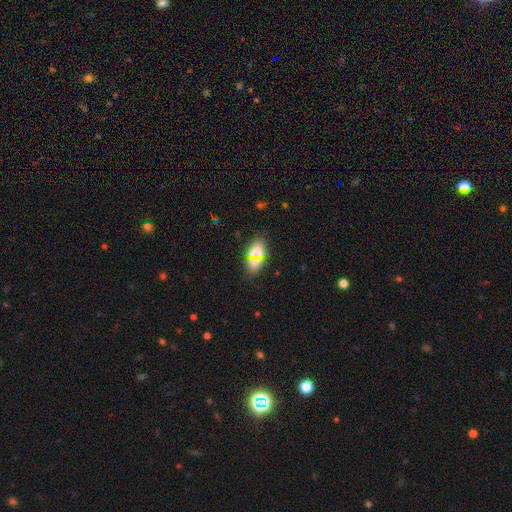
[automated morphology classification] Smooth or featured? Predicted: smooth (p=0.68). How rounded? Predicted: in between (p=0.83). Merging? Predicted: none (p=0.80).